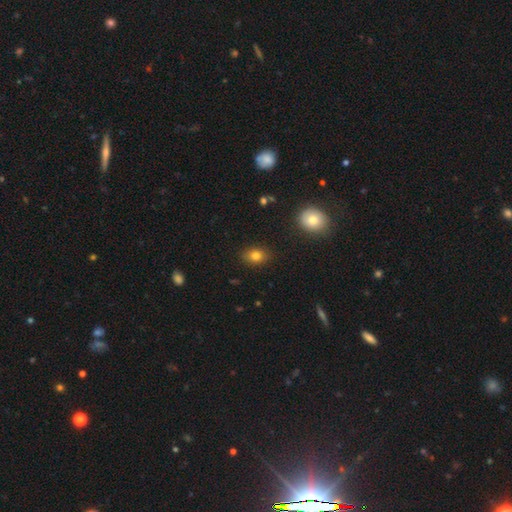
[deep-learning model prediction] A smooth galaxy with no disk features (80%) that is in between round and cigar-shaped (68%).

Vote fractions:
- Smooth or featured? smooth: 80% / star or artifact: 12% / featured or disk: 8%
- How rounded? in between: 68% / round: 31% / cigar-shaped: 2%
- Merging? none: 86% / minor disturbance: 10% / major disturbance: 2% / merger: 1%